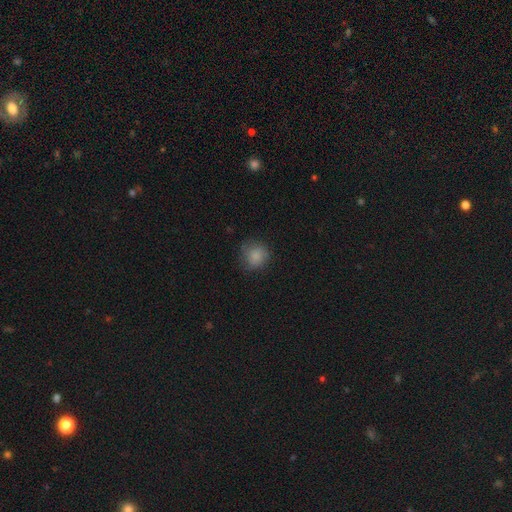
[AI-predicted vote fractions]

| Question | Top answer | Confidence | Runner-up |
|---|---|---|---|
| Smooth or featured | smooth | 83% | star or artifact (9%) |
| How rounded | round | 85% | in between (14%) |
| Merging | none | 71% | minor disturbance (21%) |